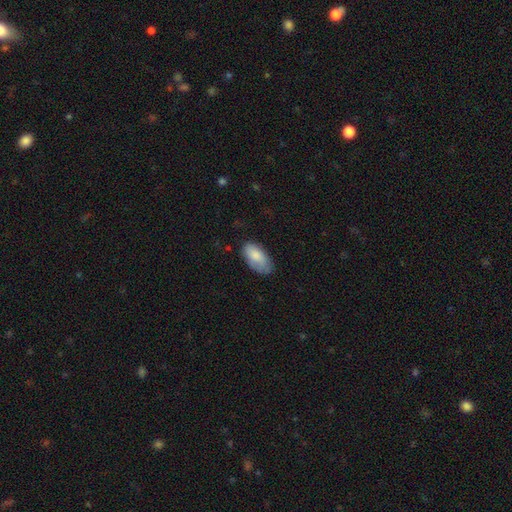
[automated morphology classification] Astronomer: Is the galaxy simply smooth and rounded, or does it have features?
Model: smooth — 82%.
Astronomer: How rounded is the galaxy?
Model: in between — 94%.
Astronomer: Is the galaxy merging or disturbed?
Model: none — 64%.